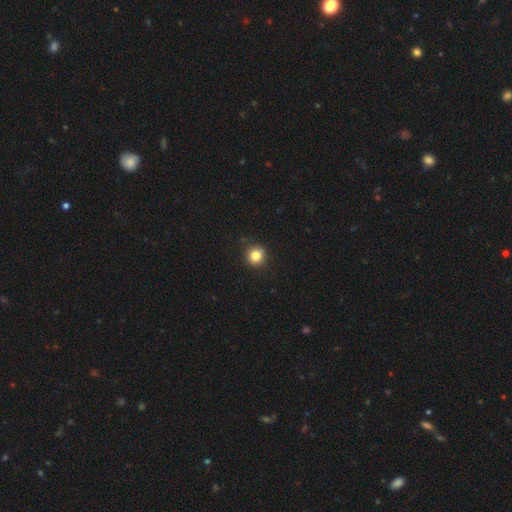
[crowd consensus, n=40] Q: Smooth or featured?
A: smooth (80%); runner-up: featured or disk (10%)
Q: How rounded?
A: round (94%); runner-up: in between (6%)
Q: Merging?
A: none (92%); runner-up: minor disturbance (6%)